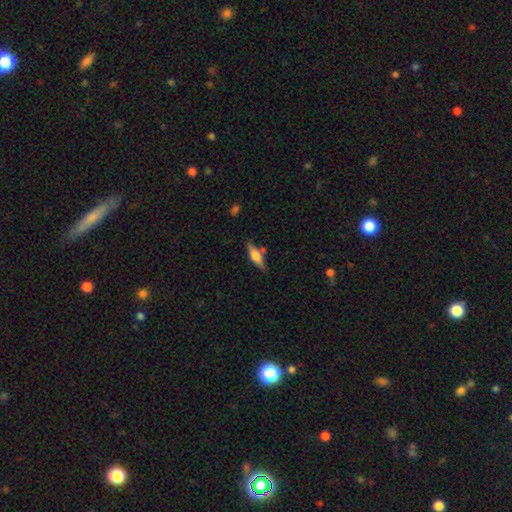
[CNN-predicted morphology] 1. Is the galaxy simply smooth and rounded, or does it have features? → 52% smooth, 41% featured or disk, 7% star or artifact.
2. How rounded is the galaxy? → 49% cigar-shaped, 48% in between, 3% round.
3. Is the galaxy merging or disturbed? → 75% none, 15% minor disturbance, 6% merger, 4% major disturbance.